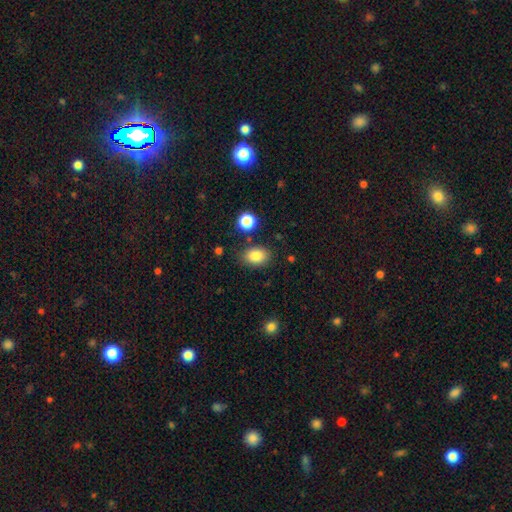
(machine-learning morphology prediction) A smooth galaxy with no disk features (85%) that is in between round and cigar-shaped (77%). Merging: none (81%).